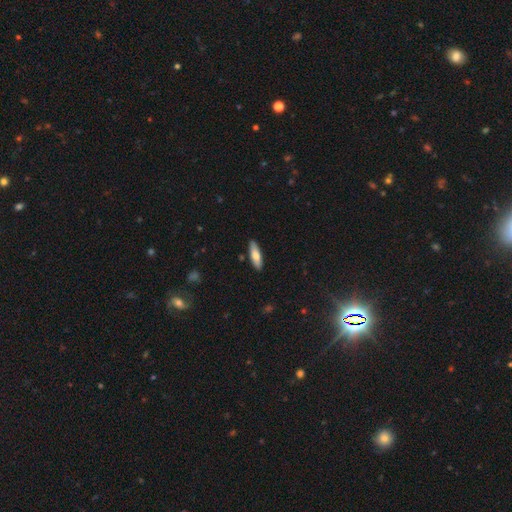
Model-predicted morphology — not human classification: This is likely a smooth galaxy (72%). How rounded: possibly cigar-shaped (52%). Merging: clearly none (88%).